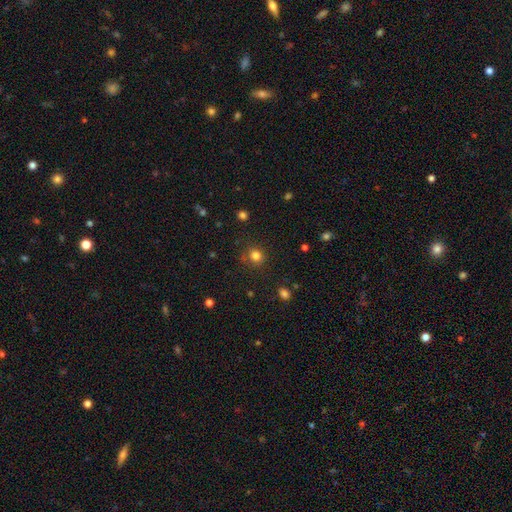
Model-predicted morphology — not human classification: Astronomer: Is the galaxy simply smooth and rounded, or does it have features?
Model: smooth — 81%.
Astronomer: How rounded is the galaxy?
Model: round — 85%.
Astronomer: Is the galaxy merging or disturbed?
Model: none — 83%.